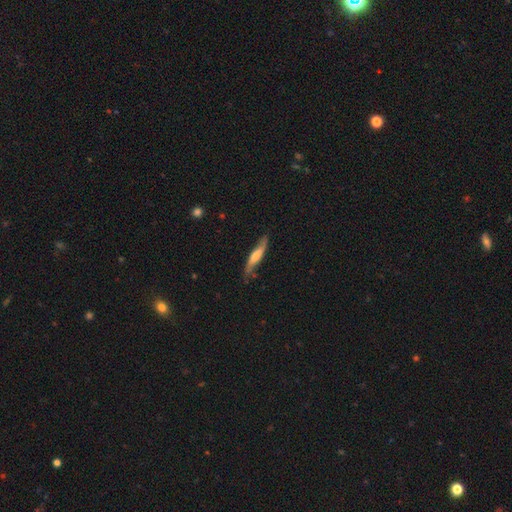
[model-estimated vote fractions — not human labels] Overall: featured or disk (57%; smooth 38%). Edge-on disk: yes (67%; no 33%). Merging: none (73%).